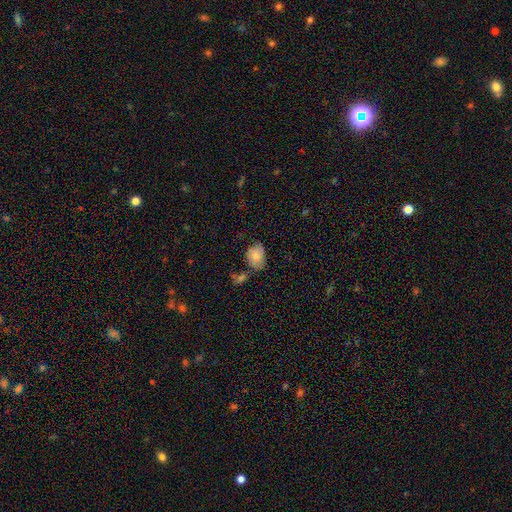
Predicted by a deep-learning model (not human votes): Q: Smooth or featured?
A: smooth (82%); runner-up: featured or disk (10%)
Q: How rounded?
A: in between (75%); runner-up: round (23%)
Q: Merging?
A: none (52%); runner-up: minor disturbance (30%)